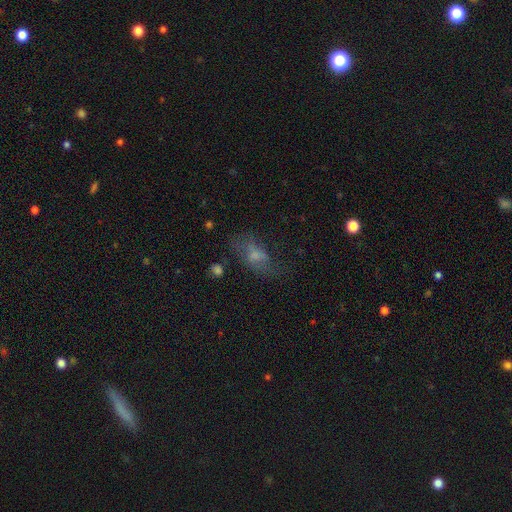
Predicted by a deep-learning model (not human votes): smooth-or-featured: smooth: 45% | featured or disk: 37% | star or artifact: 18%
  merging: none: 49% | major disturbance: 25% | minor disturbance: 23% | merger: 3%